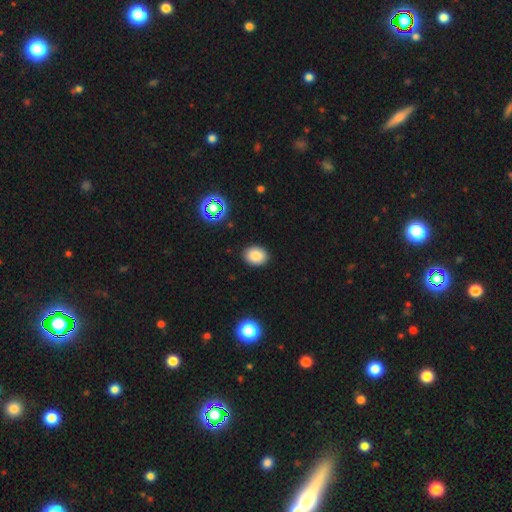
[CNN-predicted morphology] smooth_or_featured: smooth (p=0.83) [alt: star or artifact p=0.11]
how_rounded: in between (p=0.61) [alt: round p=0.38]
merging: none (p=0.90) [alt: minor disturbance p=0.07]